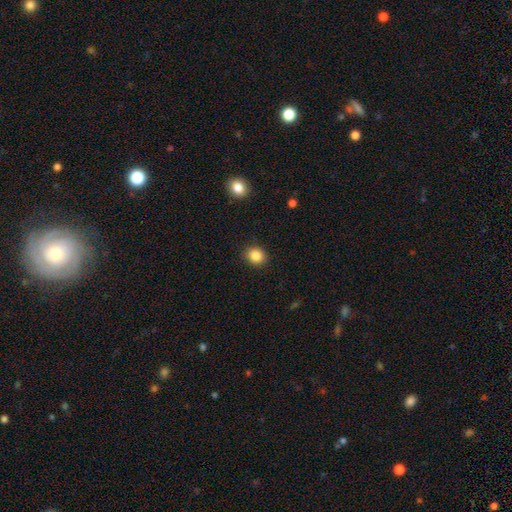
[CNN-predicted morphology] This appears to be a smooth galaxy with no disk features (86%) that is round (69%). Merging: none (88%).